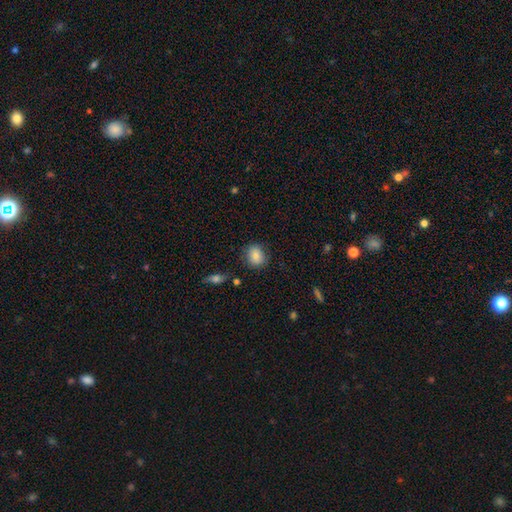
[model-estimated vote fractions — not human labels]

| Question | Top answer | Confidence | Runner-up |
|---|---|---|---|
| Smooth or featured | smooth | 80% | featured or disk (11%) |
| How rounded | round | 70% | in between (29%) |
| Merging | none | 80% | minor disturbance (14%) |